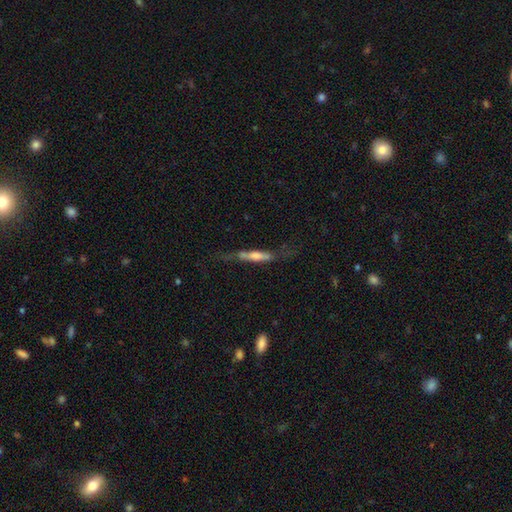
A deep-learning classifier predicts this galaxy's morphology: Overall: featured or disk (58%; smooth 34%). Edge-on disk: yes (85%). Merging: none (57%; minor disturbance 23%).